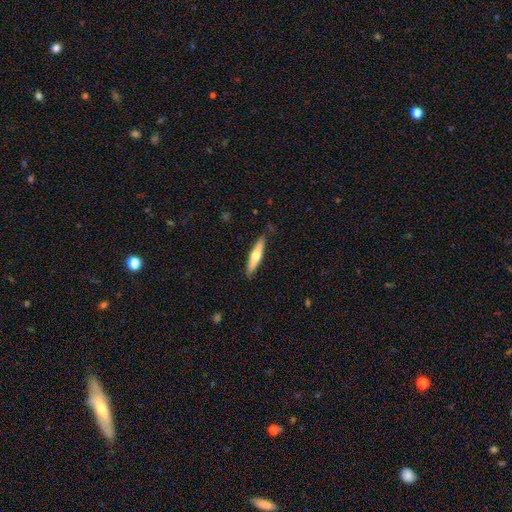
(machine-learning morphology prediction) smooth-or-featured: smooth: 52% | featured or disk: 43% | star or artifact: 5%
  how-rounded: cigar-shaped: 80% | in between: 18% | round: 2%
  merging: none: 86% | minor disturbance: 11% | major disturbance: 2% | merger: 1%